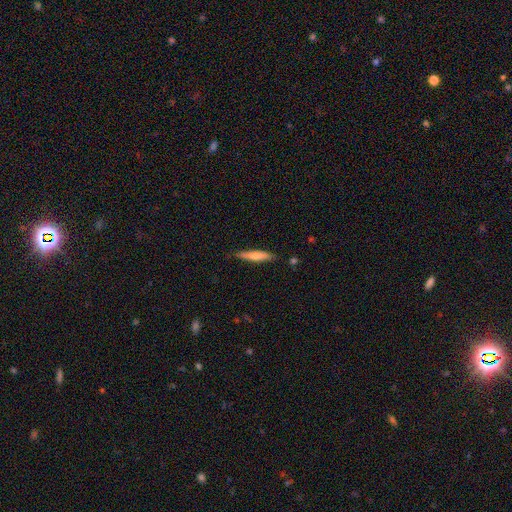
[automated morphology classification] A smooth galaxy with no disk features (66%) that is cigar-shaped (89%).

Vote fractions:
- Smooth or featured? smooth: 66% / featured or disk: 28% / star or artifact: 6%
- How rounded? cigar-shaped: 89% / in between: 10% / round: 1%
- Merging? none: 81% / minor disturbance: 15% / major disturbance: 2% / merger: 2%